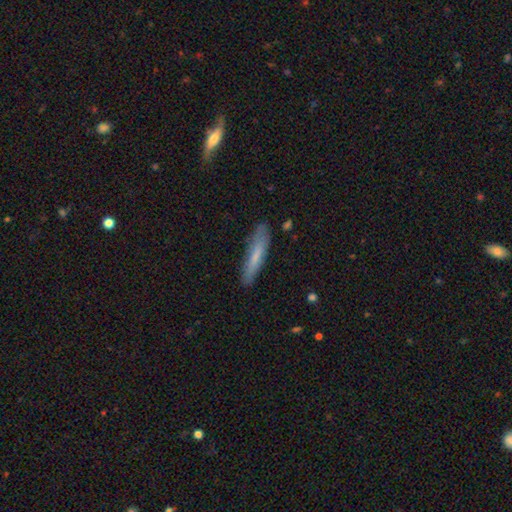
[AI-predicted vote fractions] Smooth or featured? smooth (66%)
How rounded? cigar-shaped (87%)
Merging? none (82%)